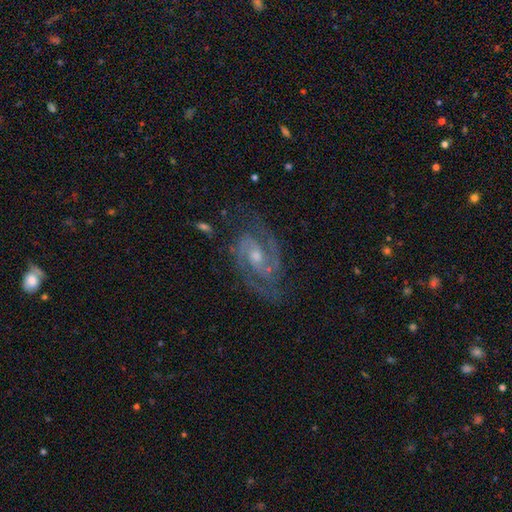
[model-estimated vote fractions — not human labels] Q: Smooth or featured?
A: featured or disk (91%); runner-up: star or artifact (5%)
Q: Edge-on disk?
A: no (97%); runner-up: yes (3%)
Q: Bar?
A: no (50%); runner-up: weak (40%)
Q: Spiral arms?
A: yes (98%); runner-up: no (2%)
Q: Spiral winding?
A: medium (52%); runner-up: tight (39%)
Q: Spiral arm count?
A: 2 (86%); runner-up: 3 (5%)
Q: Bulge size?
A: moderate (50%); runner-up: small (45%)
Q: Merging?
A: none (75%); runner-up: minor disturbance (17%)